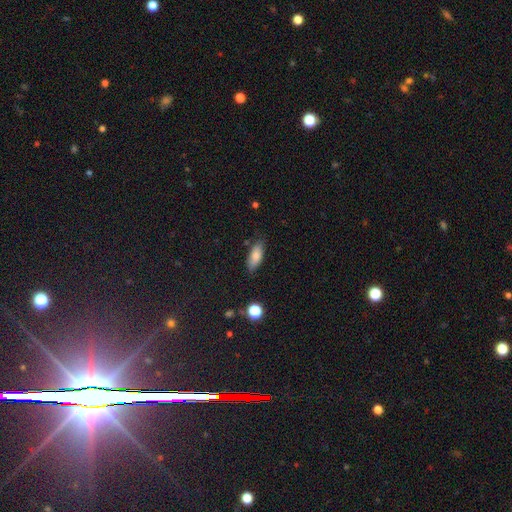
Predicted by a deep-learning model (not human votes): Smooth or featured: smooth — 80% (featured or disk — 12%)
How rounded: in between — 77% (cigar-shaped — 20%)
Merging: none — 80% (minor disturbance — 15%)